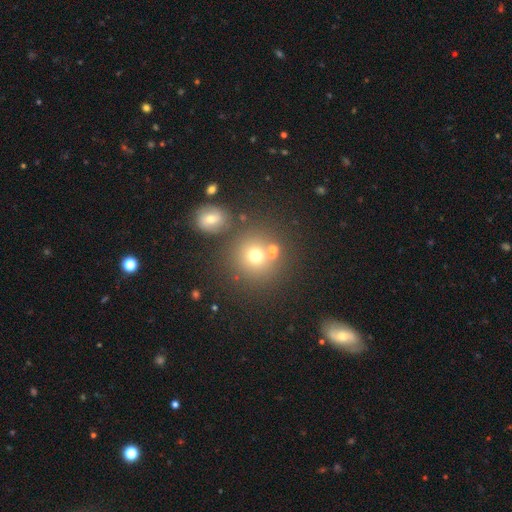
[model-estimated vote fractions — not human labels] Morphology: type=smooth (70%); roundness=round (89%); merging=none (69%).